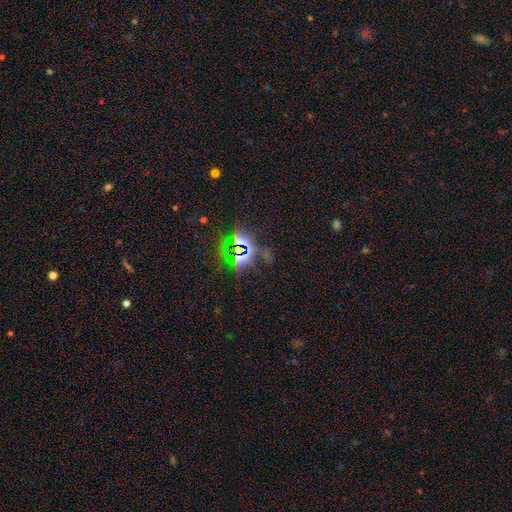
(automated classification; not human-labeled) A star or artifact, not a galaxy (80%).